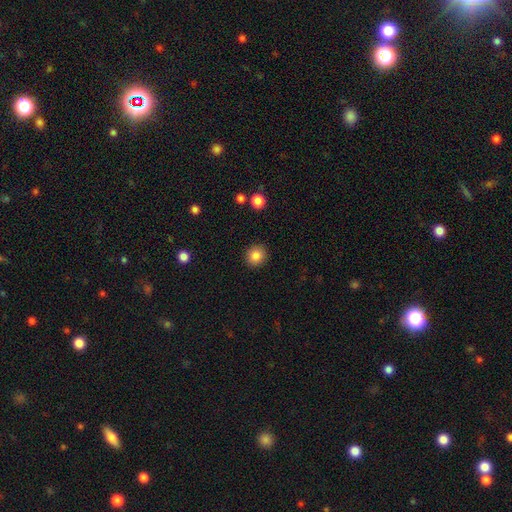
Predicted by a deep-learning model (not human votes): Morphology: type=smooth (85%); roundness=round (85%); merging=none (91%).